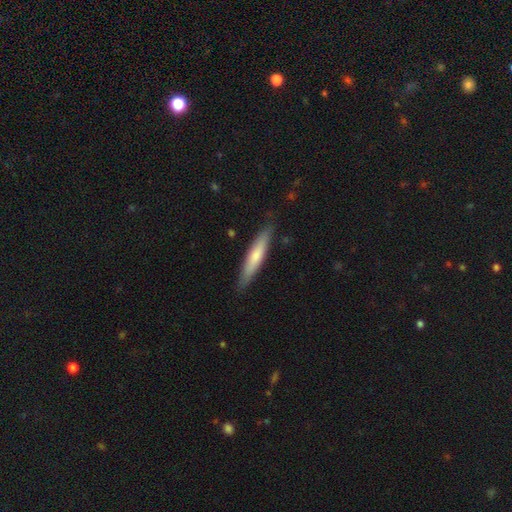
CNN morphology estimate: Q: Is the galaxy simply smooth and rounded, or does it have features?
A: smooth — 64%.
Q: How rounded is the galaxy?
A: cigar-shaped — 89%.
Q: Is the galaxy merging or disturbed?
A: none — 87%.